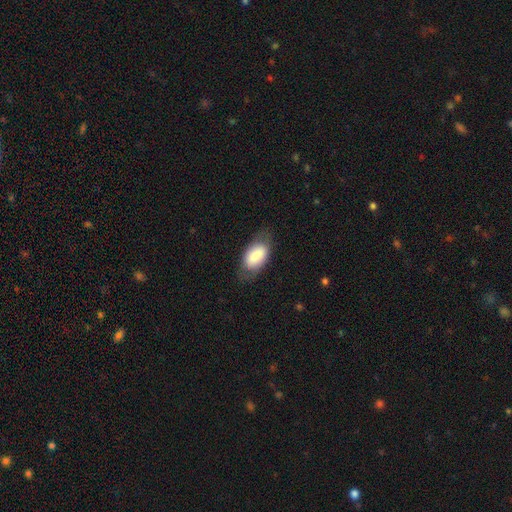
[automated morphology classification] This is likely a smooth galaxy (80%). How rounded: clearly in between (93%). Merging: likely none (71%).